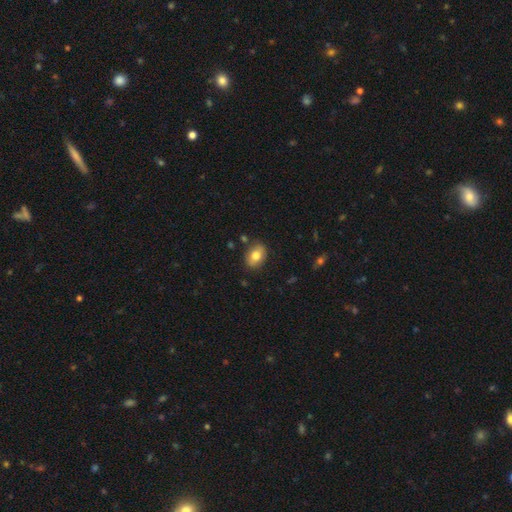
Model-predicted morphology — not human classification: Smooth or featured?
  - smooth: 78% *
  - featured or disk: 14%
  - star or artifact: 8%
How rounded?
  - in between: 74% *
  - round: 25%
  - cigar-shaped: 1%
Merging?
  - none: 83% *
  - minor disturbance: 12%
  - major disturbance: 2%
  - merger: 2%